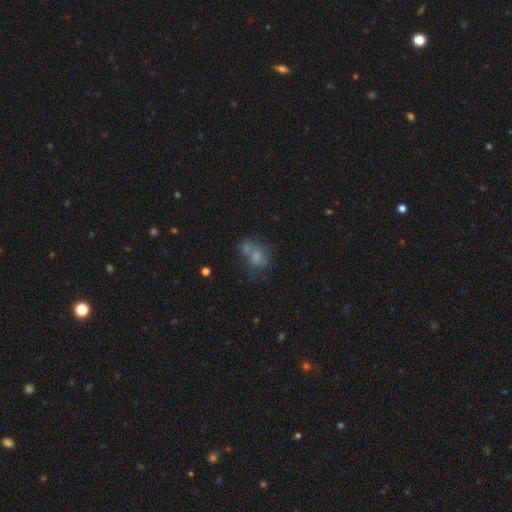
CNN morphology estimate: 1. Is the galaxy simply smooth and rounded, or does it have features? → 62% smooth, 23% featured or disk, 15% star or artifact.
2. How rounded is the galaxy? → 56% in between, 42% round, 2% cigar-shaped.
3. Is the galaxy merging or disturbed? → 44% merger, 30% none, 14% minor disturbance, 11% major disturbance.